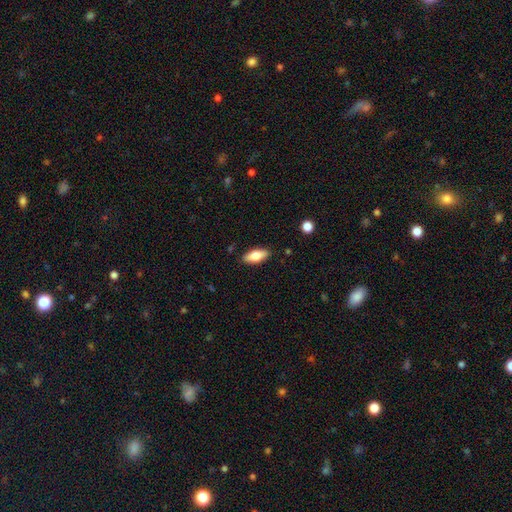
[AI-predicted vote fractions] A smooth galaxy with no disk features (75%) that is in between round and cigar-shaped (80%).

Vote fractions:
- Smooth or featured? smooth: 75% / featured or disk: 19% / star or artifact: 6%
- How rounded? in between: 80% / cigar-shaped: 18% / round: 2%
- Merging? none: 88% / minor disturbance: 9% / major disturbance: 2% / merger: 1%